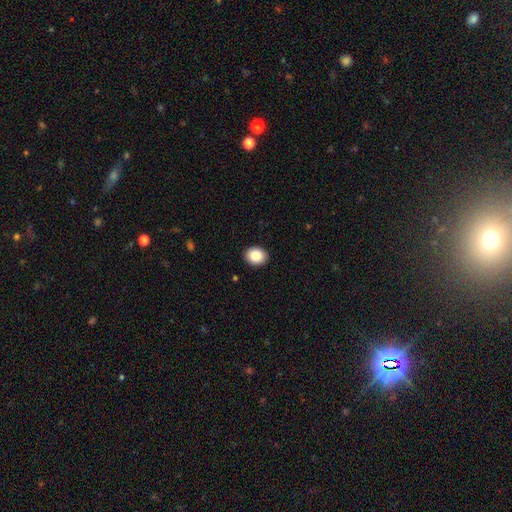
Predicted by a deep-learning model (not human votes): The model was most divided on "how rounded": round: 51%, in between: 48%, cigar-shaped: 1%. More confident: merging — none (91%); smooth or featured — smooth (86%).